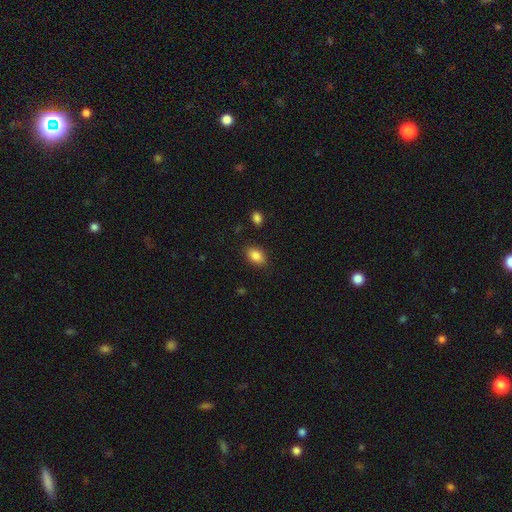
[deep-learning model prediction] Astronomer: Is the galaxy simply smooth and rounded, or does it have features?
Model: smooth — 86%.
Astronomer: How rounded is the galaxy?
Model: in between — 85%.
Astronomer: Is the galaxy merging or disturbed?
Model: none — 85%.